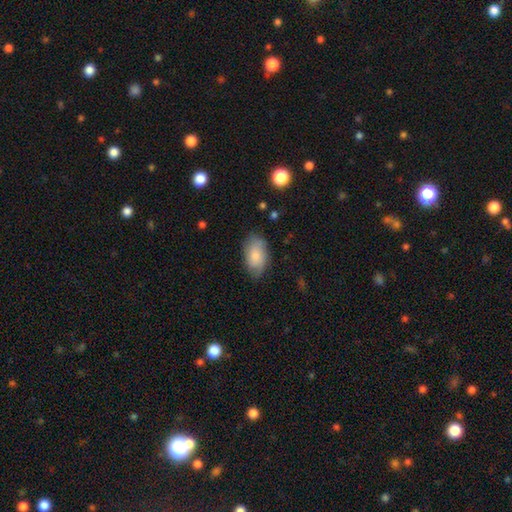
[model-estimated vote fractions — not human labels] smooth 73%, featured or disk 20%, star or artifact 7%. Down the decision tree: how rounded — in between (93%); merging — none (72%).